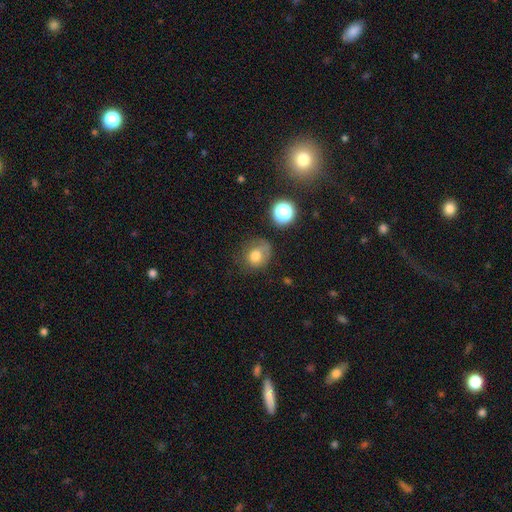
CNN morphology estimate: The model was most divided on "merging": none: 52%, minor disturbance: 28%, major disturbance: 17%, merger: 4%. More confident: smooth or featured — smooth (73%); how rounded — round (67%).